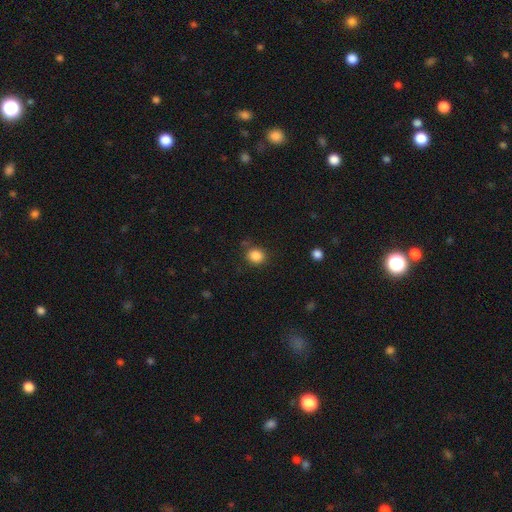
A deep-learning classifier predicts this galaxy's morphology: This appears to be a smooth galaxy with no disk features (86%) that is round (79%). Merging: none (82%).